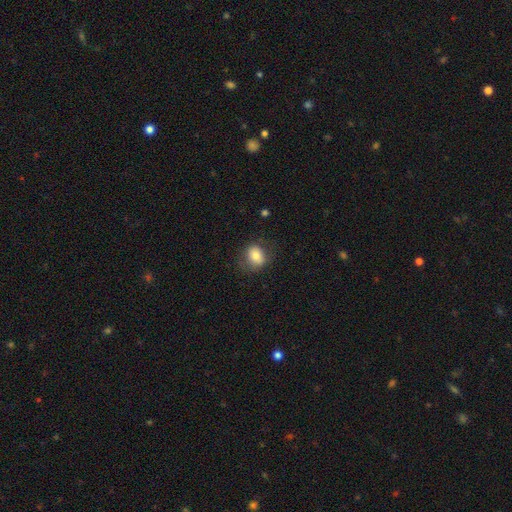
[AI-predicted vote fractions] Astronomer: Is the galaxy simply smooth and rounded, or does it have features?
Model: smooth — 78%.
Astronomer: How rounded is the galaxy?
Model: in between — 51% (runner-up: round, 48%).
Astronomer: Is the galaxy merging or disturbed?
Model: none — 73%.